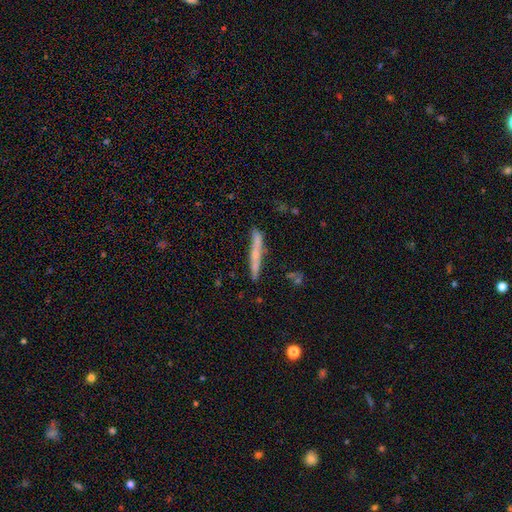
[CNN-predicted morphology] Smooth or featured? Predicted: smooth (p=0.51). How rounded? Predicted: cigar-shaped (p=0.95). Merging? Predicted: none (p=0.79).